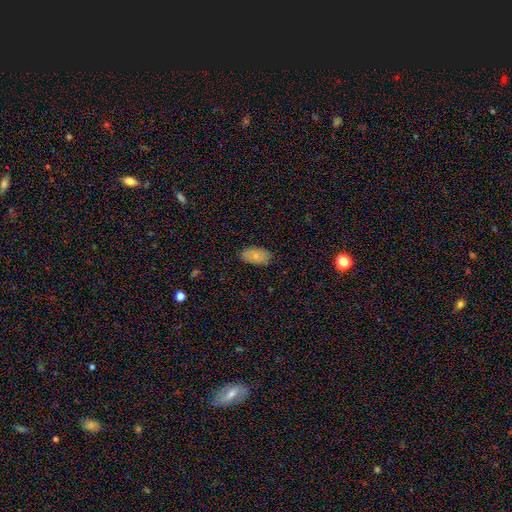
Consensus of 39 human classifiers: This appears to be a smooth galaxy with no disk features (82%) that is in between round and cigar-shaped (91%). Merging: none (95%).